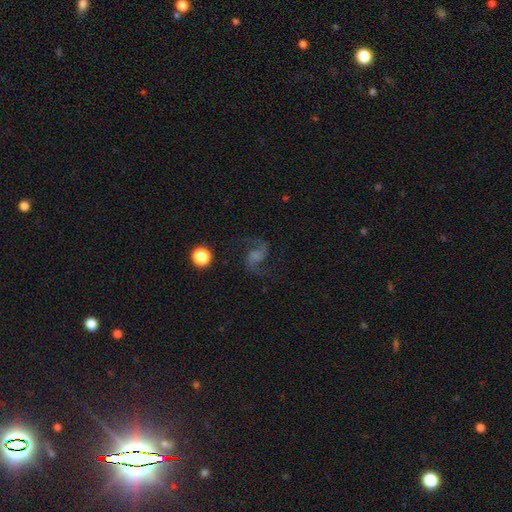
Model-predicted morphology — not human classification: smooth-or-featured: featured or disk: 84% | star or artifact: 9% | smooth: 6%
  disk-edge-on: no: 98% | yes: 2%
    bar: no: 45% | weak: 43% | strong: 12%
    has-spiral-arms: yes: 98% | no: 2%
      spiral-winding: loose: 49% | medium: 44% | tight: 7%
      spiral-arm-count: 2: 94% | can't tell: 2% | 1: 2% | 3: 1% | 4: 1% | more than 4: 1%
    bulge-size: none: 34% | small: 33% | moderate: 24% | large: 7% | dominant: 2%
  merging: none: 80% | minor disturbance: 12% | major disturbance: 7% | merger: 2%